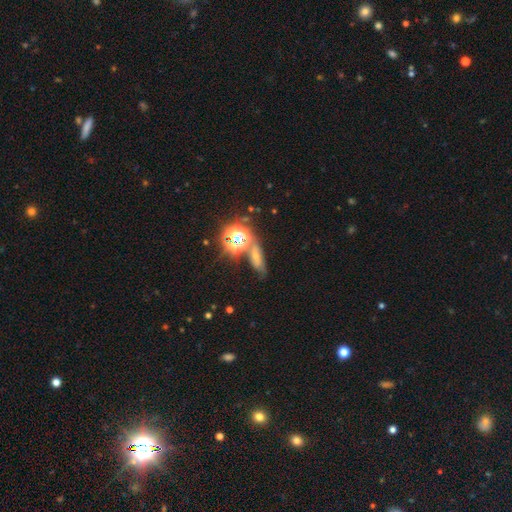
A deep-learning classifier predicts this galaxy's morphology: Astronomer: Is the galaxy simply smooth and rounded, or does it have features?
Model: smooth — 42% (runner-up: star or artifact, 40%).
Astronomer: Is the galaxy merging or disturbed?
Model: none — 59%.